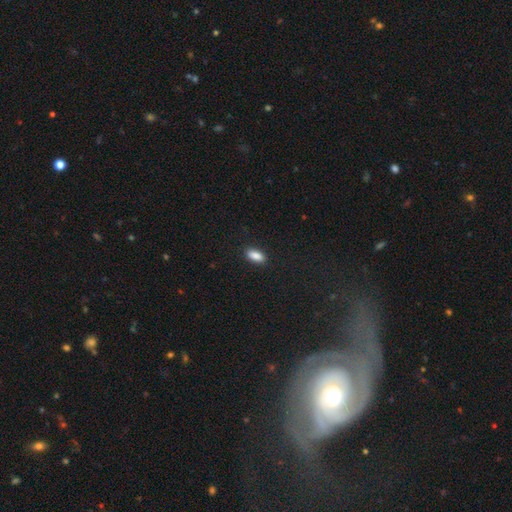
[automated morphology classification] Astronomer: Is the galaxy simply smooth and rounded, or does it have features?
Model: smooth — 88%.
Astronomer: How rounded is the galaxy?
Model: in between — 87%.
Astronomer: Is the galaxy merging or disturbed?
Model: none — 88%.